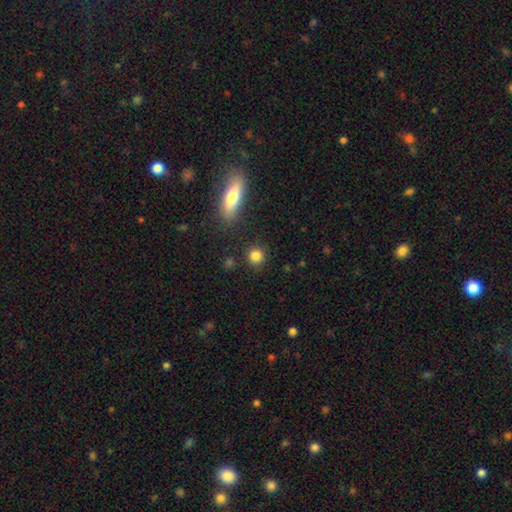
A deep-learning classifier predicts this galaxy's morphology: Smooth or featured? smooth (84%)
How rounded? round (87%)
Merging? none (88%)